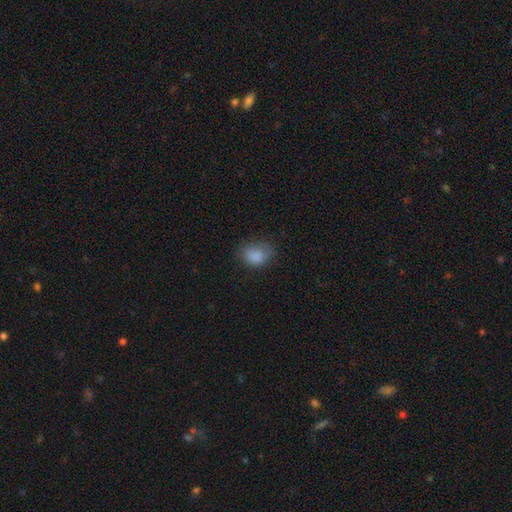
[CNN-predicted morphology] smooth 84%, star or artifact 10%, featured or disk 6%. Down the decision tree: how rounded — in between (63%); merging — none (61%).